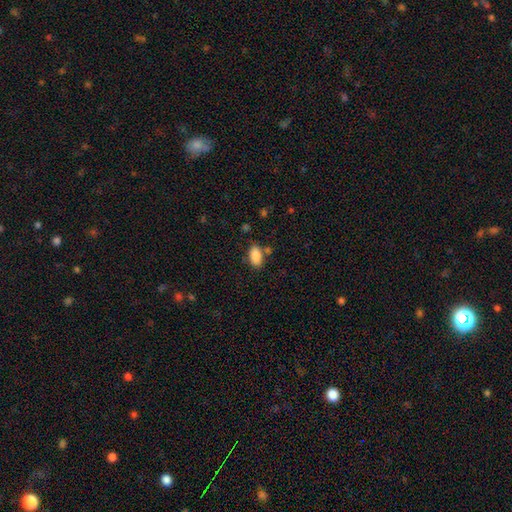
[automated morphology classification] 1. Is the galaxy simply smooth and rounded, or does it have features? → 88% smooth, 8% star or artifact, 5% featured or disk.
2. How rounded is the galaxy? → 93% in between, 4% round, 3% cigar-shaped.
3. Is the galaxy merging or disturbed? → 76% none, 14% minor disturbance, 7% merger, 4% major disturbance.